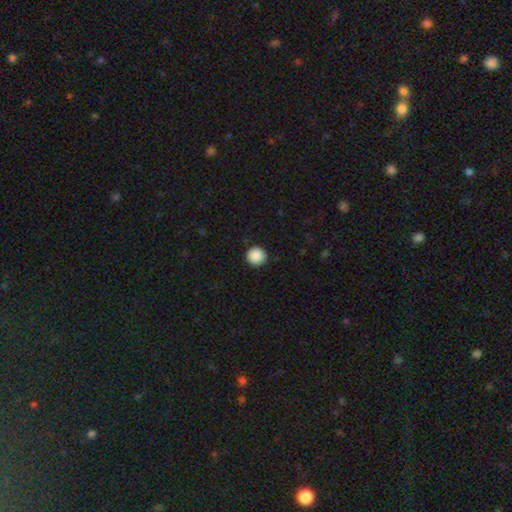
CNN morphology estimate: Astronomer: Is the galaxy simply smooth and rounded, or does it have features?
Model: smooth — 89%.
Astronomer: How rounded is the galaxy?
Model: round — 96%.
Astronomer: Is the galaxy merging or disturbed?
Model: none — 92%.